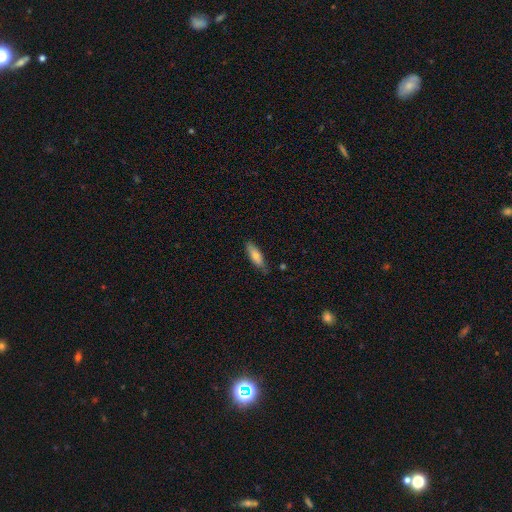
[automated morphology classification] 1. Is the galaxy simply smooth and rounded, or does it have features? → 73% smooth, 21% featured or disk, 6% star or artifact.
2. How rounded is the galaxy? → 55% in between, 43% cigar-shaped, 2% round.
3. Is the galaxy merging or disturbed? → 76% none, 20% minor disturbance, 3% major disturbance, 2% merger.